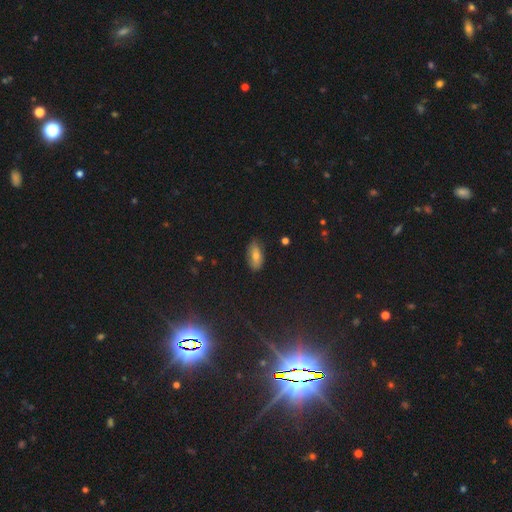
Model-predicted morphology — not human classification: The model was most divided on "smooth or featured": smooth: 63%, featured or disk: 19%, star or artifact: 17%. More confident: how rounded — in between (87%); merging — none (78%).